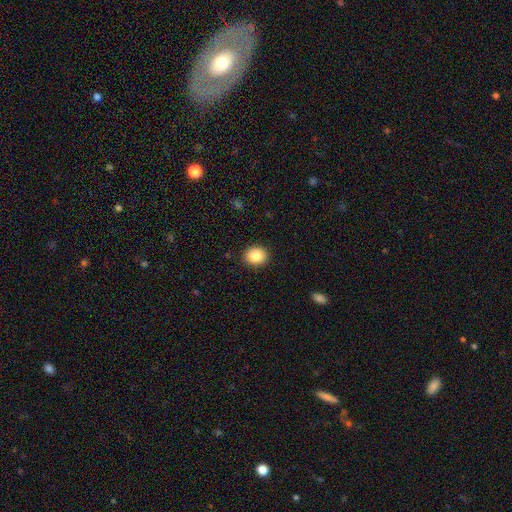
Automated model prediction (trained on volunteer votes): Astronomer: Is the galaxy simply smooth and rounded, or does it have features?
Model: smooth — 87%.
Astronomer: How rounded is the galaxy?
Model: round — 68%.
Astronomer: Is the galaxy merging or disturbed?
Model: none — 91%.